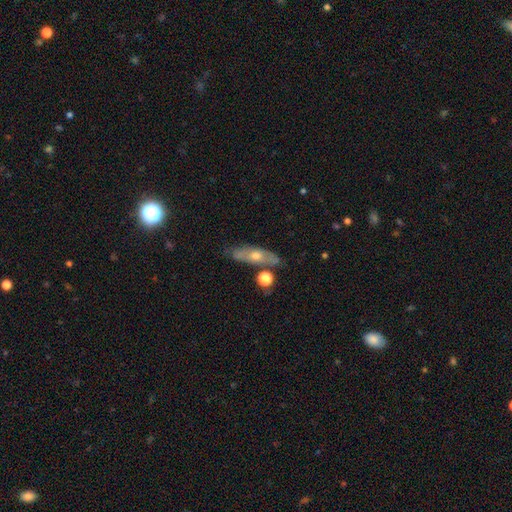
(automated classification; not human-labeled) Morphology: type=featured or disk (54%); edge-on=no (51%); merging=none (73%).